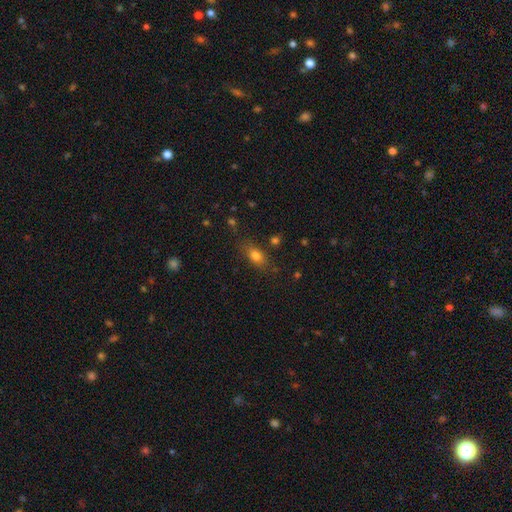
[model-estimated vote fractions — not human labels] A smooth galaxy with no disk features (78%) that is in between round and cigar-shaped (78%).

Vote fractions:
- Smooth or featured? smooth: 78% / star or artifact: 11% / featured or disk: 11%
- How rounded? in between: 78% / round: 11% / cigar-shaped: 11%
- Merging? none: 76% / minor disturbance: 16% / major disturbance: 5% / merger: 3%